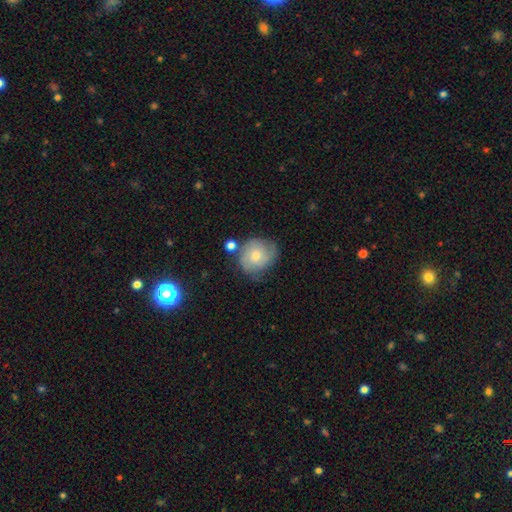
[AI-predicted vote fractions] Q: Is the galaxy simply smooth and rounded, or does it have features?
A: featured or disk — 47%.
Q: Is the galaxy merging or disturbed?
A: none — 62%.